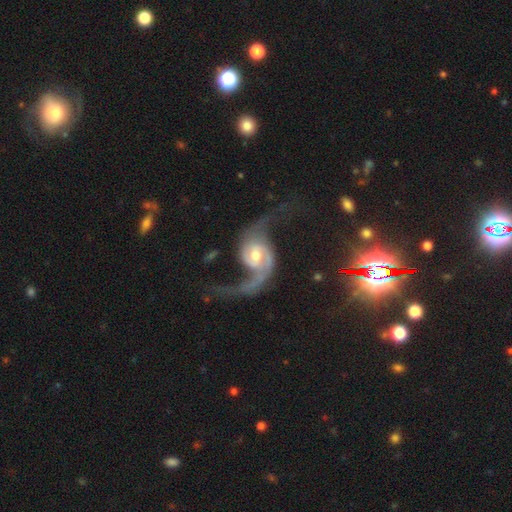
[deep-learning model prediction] smooth-or-featured: featured or disk: 90% | smooth: 6% | star or artifact: 5%
  disk-edge-on: no: 97% | yes: 3%
    bar: no: 47% | weak: 38% | strong: 14%
    has-spiral-arms: yes: 97% | no: 3%
      spiral-winding: loose: 76% | medium: 19% | tight: 5%
      spiral-arm-count: 2: 90% | 1: 5% | can't tell: 2% | 3: 1% | 4: 1% | more than 4: 1%
    bulge-size: moderate: 66% | small: 23% | large: 8% | none: 1% | dominant: 1%
  merging: none: 52% | major disturbance: 28% | minor disturbance: 15% | merger: 4%